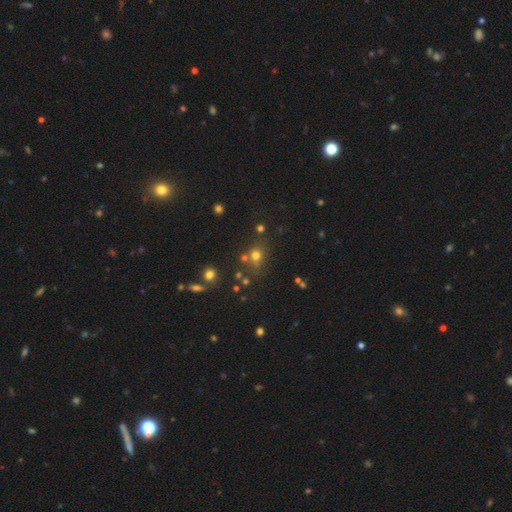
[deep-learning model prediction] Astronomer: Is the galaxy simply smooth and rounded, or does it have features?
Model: smooth — 67%.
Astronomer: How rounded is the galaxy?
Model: round — 77%.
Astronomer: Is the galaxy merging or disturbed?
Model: none — 64%.